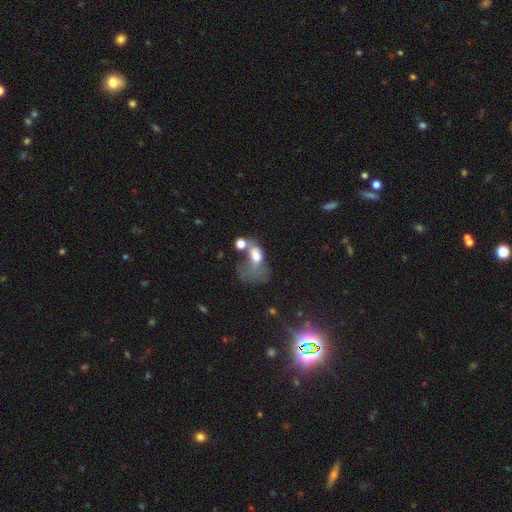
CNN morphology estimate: Smooth or featured?
  - smooth: 59% *
  - featured or disk: 28%
  - star or artifact: 13%
How rounded?
  - in between: 79% *
  - round: 19%
  - cigar-shaped: 3%
Merging?
  - major disturbance: 43% *
  - merger: 35%
  - none: 11%
  - minor disturbance: 11%